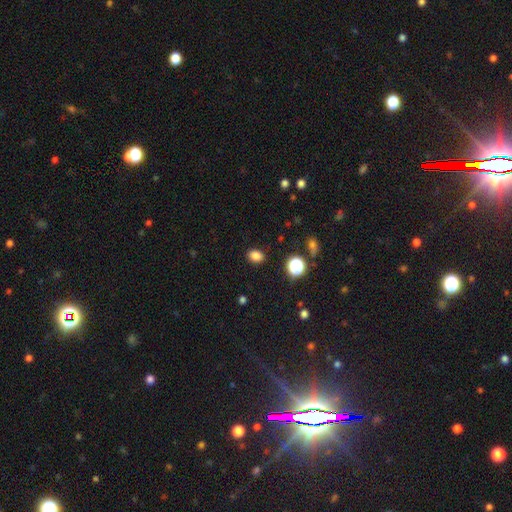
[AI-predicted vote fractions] A smooth galaxy with no disk features (82%) that is in between round and cigar-shaped (63%).

Vote fractions:
- Smooth or featured? smooth: 82% / star or artifact: 14% / featured or disk: 4%
- How rounded? in between: 63% / round: 36% / cigar-shaped: 1%
- Merging? none: 88% / minor disturbance: 8% / major disturbance: 2% / merger: 1%